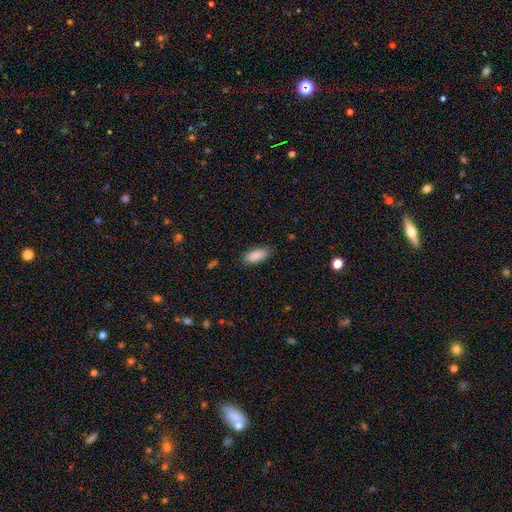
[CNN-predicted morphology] Smooth or featured: smooth — 89% (star or artifact — 6%)
How rounded: in between — 83% (cigar-shaped — 15%)
Merging: none — 86% (minor disturbance — 11%)